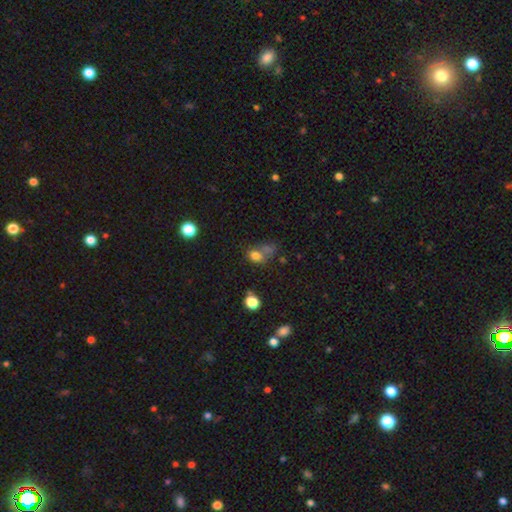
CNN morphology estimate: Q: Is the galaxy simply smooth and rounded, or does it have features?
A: smooth — 74%.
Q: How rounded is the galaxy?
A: in between — 54%.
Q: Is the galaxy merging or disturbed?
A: none — 38%.